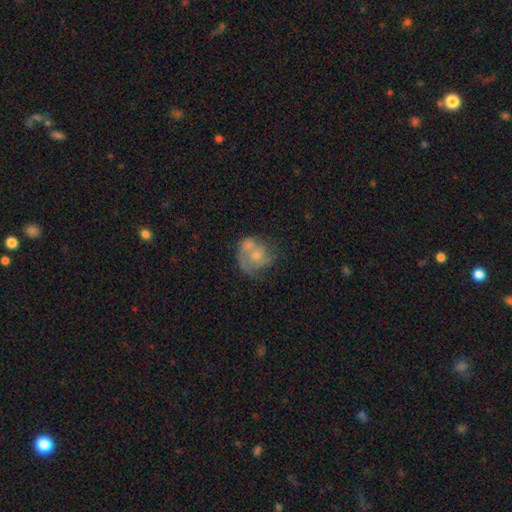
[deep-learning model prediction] A featured or disk galaxy (47%).

Vote fractions:
- Smooth or featured? featured or disk: 47% / smooth: 44% / star or artifact: 8%
- Merging? none: 37% / merger: 23% / minor disturbance: 20% / major disturbance: 19%